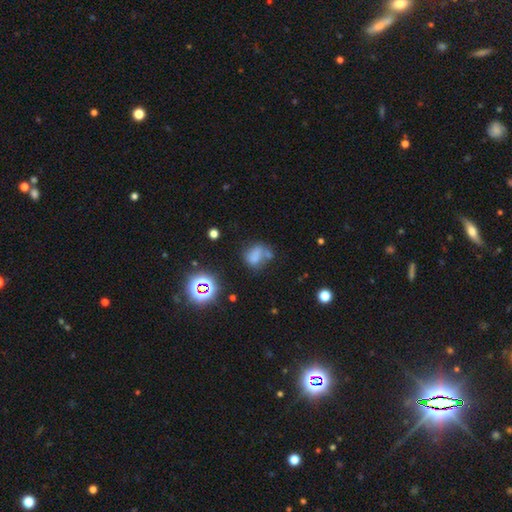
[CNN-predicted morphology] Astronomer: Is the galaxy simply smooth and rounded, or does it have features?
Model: smooth — 61%.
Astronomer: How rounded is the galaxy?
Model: in between — 60% (runner-up: round, 38%).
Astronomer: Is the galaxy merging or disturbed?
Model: none — 35% (runner-up: merger, 27%).